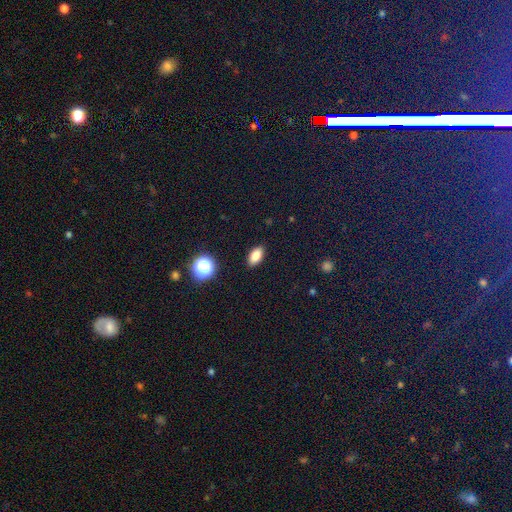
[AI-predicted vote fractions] smooth_or_featured: smooth (p=0.83) [alt: star or artifact p=0.10]
how_rounded: in between (p=0.89) [alt: cigar-shaped p=0.06]
merging: none (p=0.89) [alt: minor disturbance p=0.08]